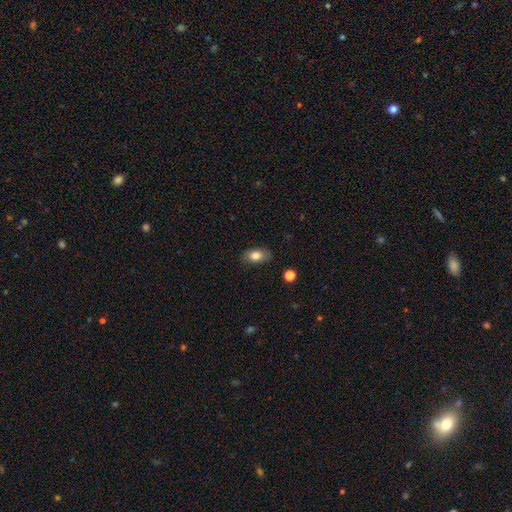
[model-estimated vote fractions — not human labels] smooth 81%, featured or disk 11%, star or artifact 8%. Down the decision tree: how rounded — in between (88%); merging — none (83%).